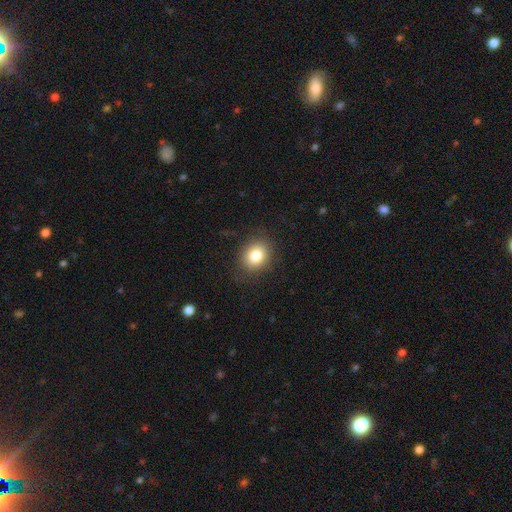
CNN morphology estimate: Q: Smooth or featured?
A: smooth (82%); runner-up: star or artifact (10%)
Q: How rounded?
A: round (59%); runner-up: in between (40%)
Q: Merging?
A: none (84%); runner-up: minor disturbance (11%)